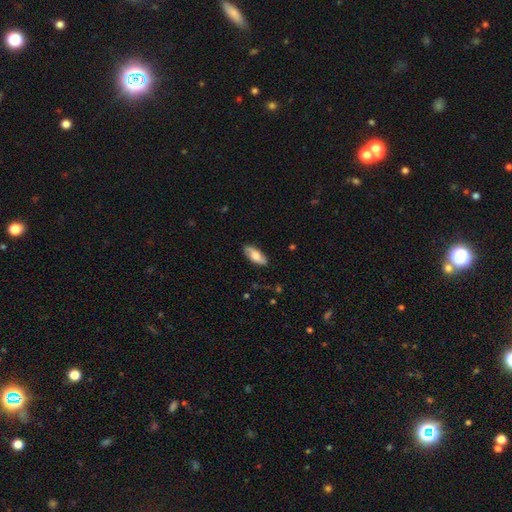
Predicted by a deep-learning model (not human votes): Smooth or featured?
  - smooth: 59% *
  - featured or disk: 34%
  - star or artifact: 6%
How rounded?
  - in between: 82% *
  - cigar-shaped: 16%
  - round: 2%
Merging?
  - none: 83% *
  - minor disturbance: 13%
  - major disturbance: 3%
  - merger: 1%